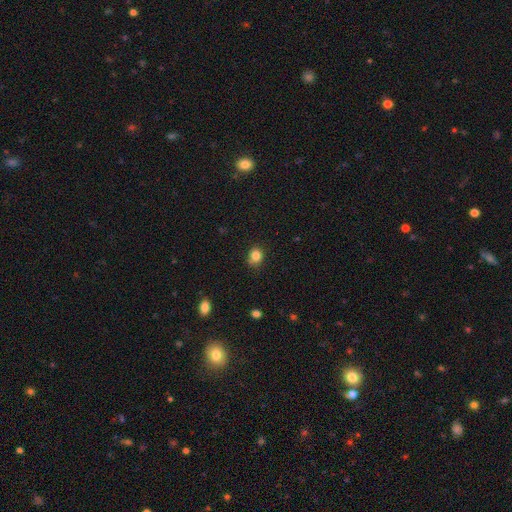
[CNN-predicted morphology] Smooth or featured? smooth (84%)
How rounded? round (64%)
Merging? none (76%)